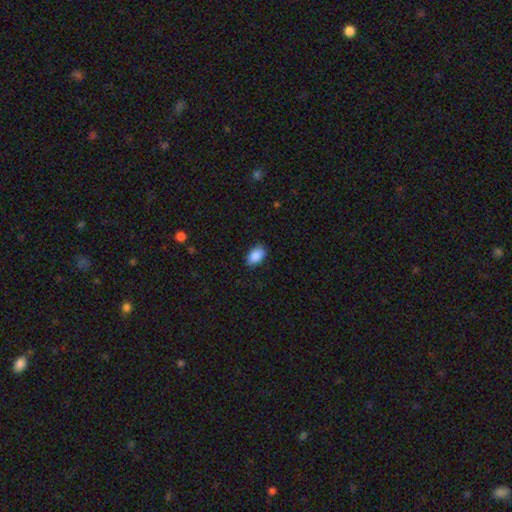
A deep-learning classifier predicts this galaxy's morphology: This appears to be a smooth galaxy with no disk features (90%) that is in between round and cigar-shaped (90%). Merging: none (86%).